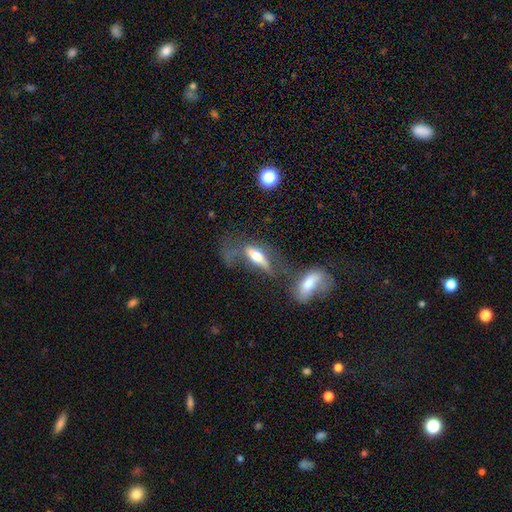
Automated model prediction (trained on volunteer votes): smooth-or-featured: featured or disk: 46% | smooth: 45% | star or artifact: 9%
  merging: merger: 33% | major disturbance: 29% | none: 23% | minor disturbance: 14%